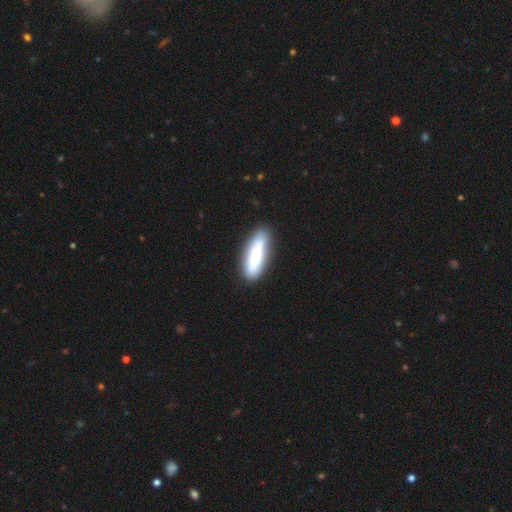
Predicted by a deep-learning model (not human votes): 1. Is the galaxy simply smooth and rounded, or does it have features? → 75% smooth, 19% featured or disk, 6% star or artifact.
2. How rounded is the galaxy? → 54% cigar-shaped, 45% in between, 2% round.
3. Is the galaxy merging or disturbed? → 80% none, 14% minor disturbance, 3% major disturbance, 2% merger.